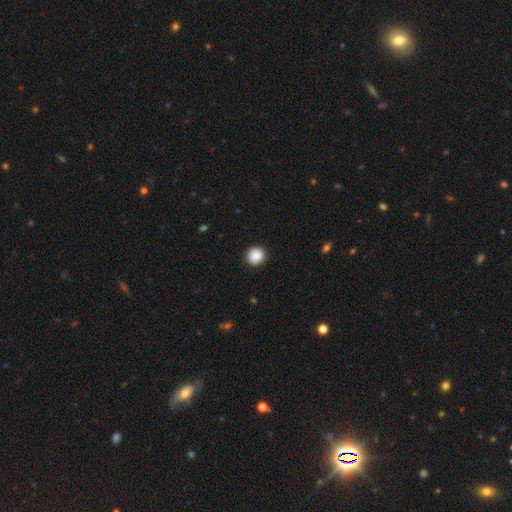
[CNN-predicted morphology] A smooth galaxy with no disk features (88%) that is round (89%).

Vote fractions:
- Smooth or featured? smooth: 88% / star or artifact: 9% / featured or disk: 3%
- How rounded? round: 89% / in between: 10% / cigar-shaped: 1%
- Merging? none: 90% / minor disturbance: 7% / major disturbance: 2% / merger: 1%